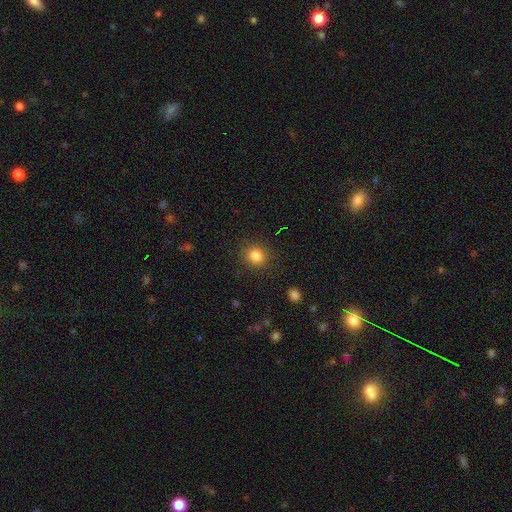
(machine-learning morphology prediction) Overall: smooth (84%). How rounded: round (81%). Merging: none (87%).